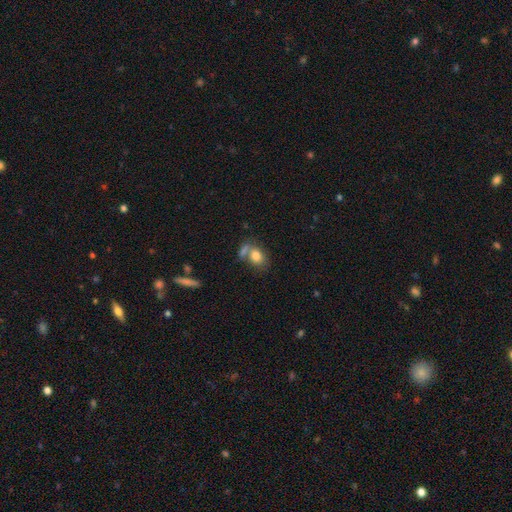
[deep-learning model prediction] Smooth or featured: smooth — 79% (featured or disk — 12%)
How rounded: in between — 71% (round — 27%)
Merging: none — 45% (merger — 33%)